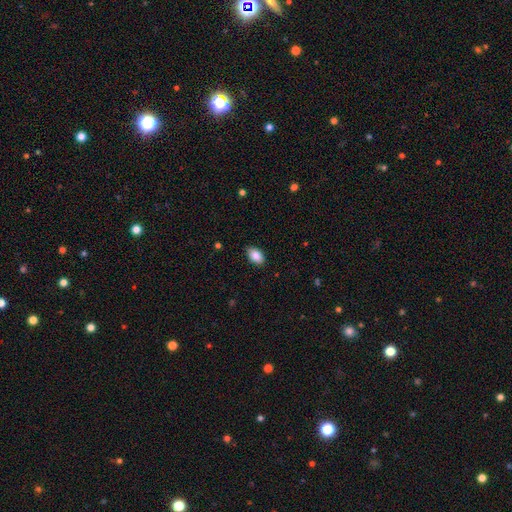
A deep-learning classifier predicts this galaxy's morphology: smooth 87%, star or artifact 7%, featured or disk 5%. Down the decision tree: how rounded — in between (92%); merging — none (87%).